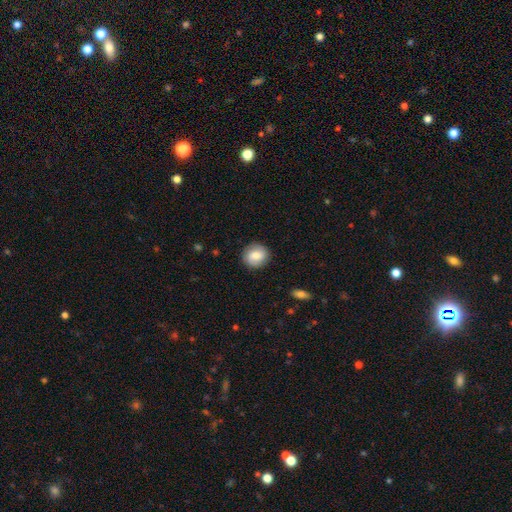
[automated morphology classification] Smooth or featured: smooth — 76% (featured or disk — 17%)
How rounded: round — 80% (in between — 19%)
Merging: none — 87% (minor disturbance — 10%)